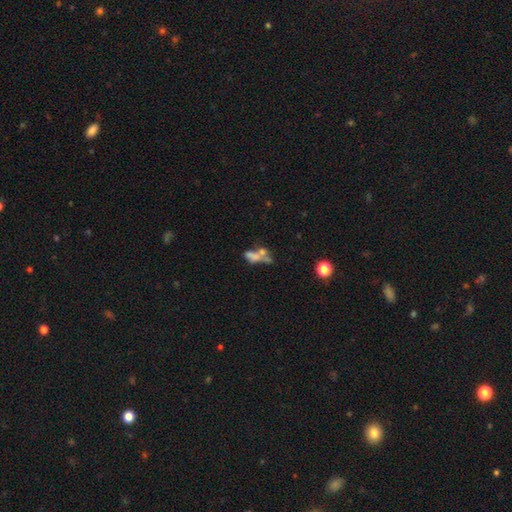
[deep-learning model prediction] A smooth galaxy with no disk features (51%) that is in between round and cigar-shaped (67%).

Vote fractions:
- Smooth or featured? smooth: 51% / featured or disk: 35% / star or artifact: 15%
- How rounded? in between: 67% / cigar-shaped: 18% / round: 14%
- Merging? merger: 49% / none: 22% / major disturbance: 17% / minor disturbance: 12%